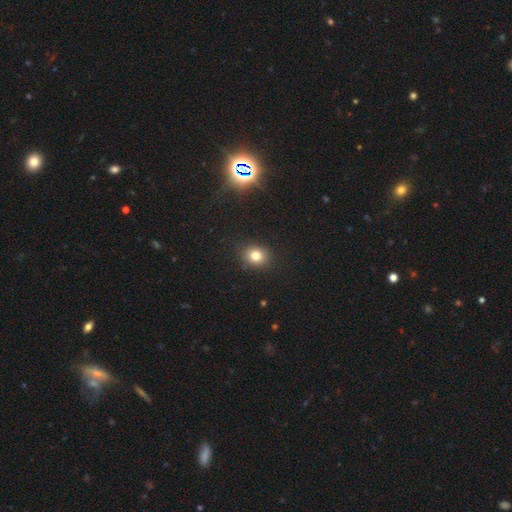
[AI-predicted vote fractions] smooth-or-featured: smooth: 78% | star or artifact: 14% | featured or disk: 7%
  how-rounded: round: 66% | in between: 33% | cigar-shaped: 1%
  merging: none: 86% | minor disturbance: 10% | major disturbance: 3% | merger: 1%